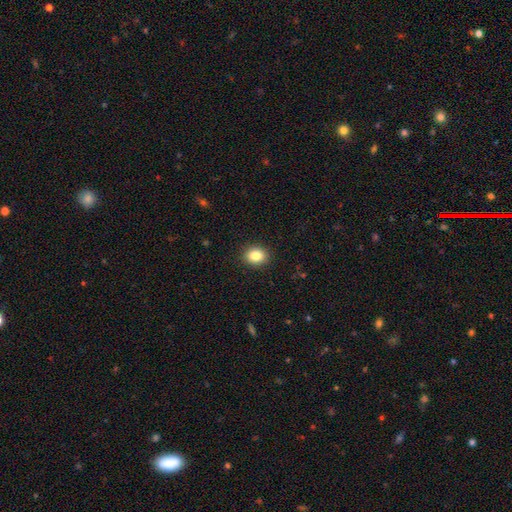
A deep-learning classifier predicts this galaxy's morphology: A smooth galaxy with no disk features (85%) that is round (50%).

Vote fractions:
- Smooth or featured? smooth: 85% / star or artifact: 10% / featured or disk: 5%
- How rounded? round: 50% / in between: 49% / cigar-shaped: 1%
- Merging? none: 91% / minor disturbance: 6% / major disturbance: 2% / merger: 1%